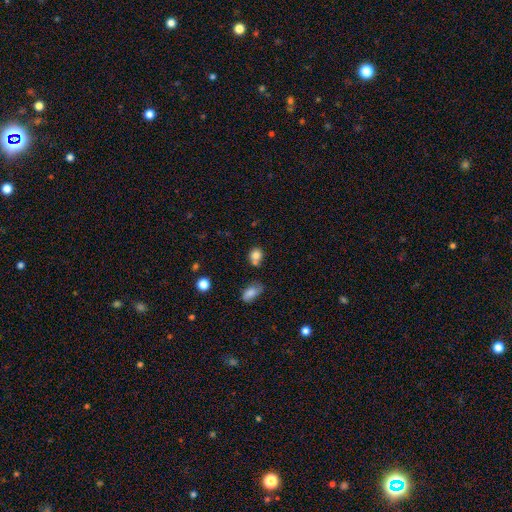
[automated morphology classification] Q: Smooth or featured?
A: smooth (80%); runner-up: star or artifact (11%)
Q: How rounded?
A: round (64%); runner-up: in between (35%)
Q: Merging?
A: none (50%); runner-up: merger (26%)